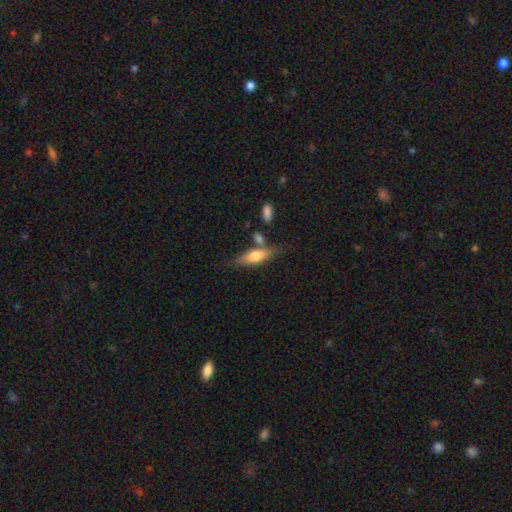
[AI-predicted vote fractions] Smooth or featured?
  - smooth: 64% *
  - featured or disk: 30%
  - star or artifact: 6%
How rounded?
  - in between: 52% *
  - cigar-shaped: 45%
  - round: 3%
Merging?
  - none: 63% *
  - minor disturbance: 17%
  - merger: 15%
  - major disturbance: 5%